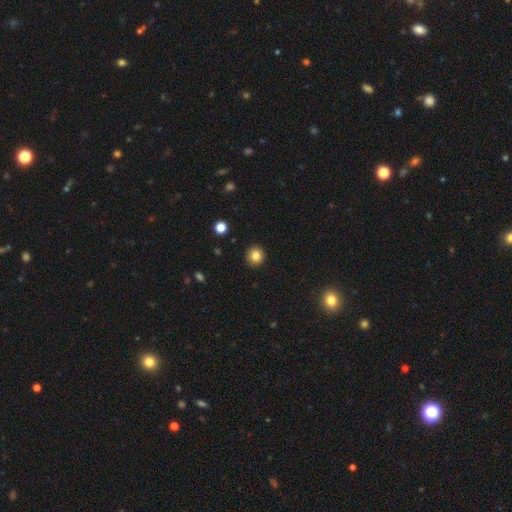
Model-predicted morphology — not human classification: type=smooth (83%); roundness=round (93%); merging=none (93%).